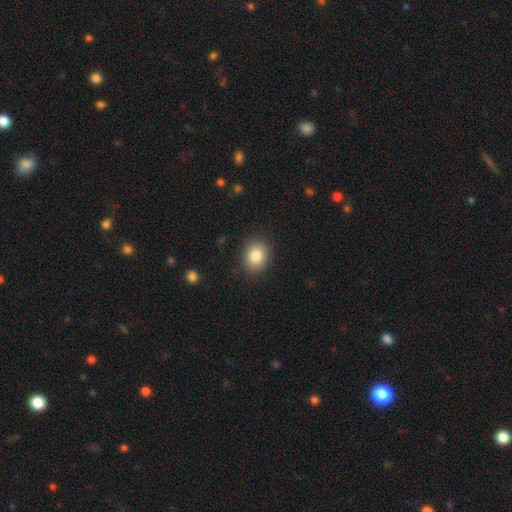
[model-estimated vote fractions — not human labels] A smooth galaxy with no disk features (84%) that is round (58%). Merging: none (87%).